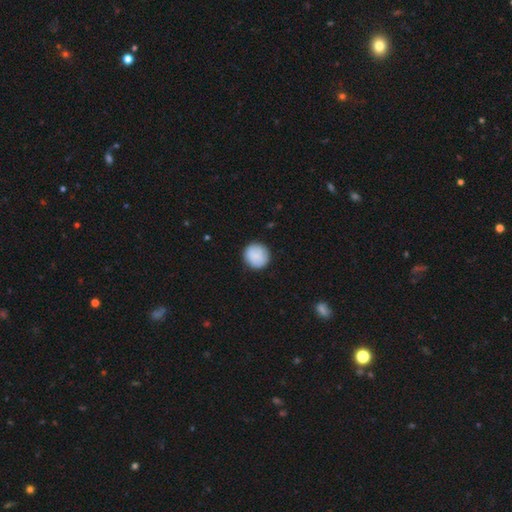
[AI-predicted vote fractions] Smooth or featured?
  - smooth: 86% *
  - featured or disk: 7%
  - star or artifact: 6%
How rounded?
  - round: 92% *
  - in between: 7%
  - cigar-shaped: 1%
Merging?
  - none: 87% *
  - minor disturbance: 10%
  - major disturbance: 2%
  - merger: 1%